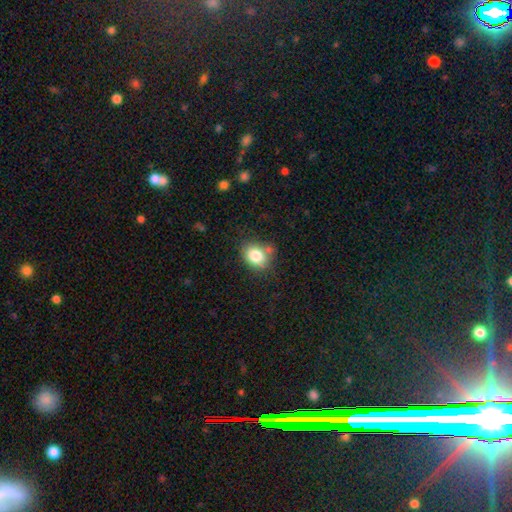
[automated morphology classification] A smooth galaxy with no disk features (81%) that is round (54%). Merging: none (69%).